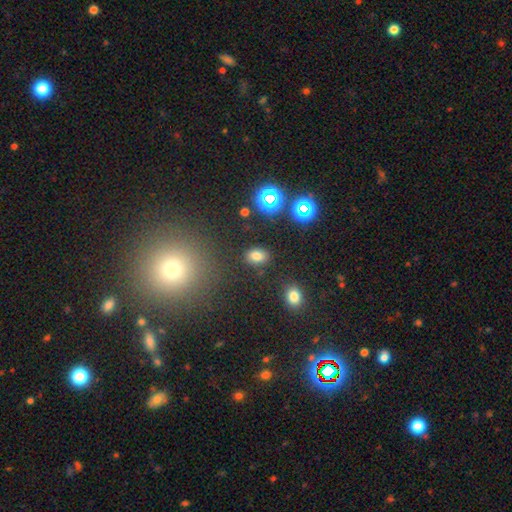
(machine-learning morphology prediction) A smooth galaxy with no disk features (77%) that is in between round and cigar-shaped (74%). Merging: none (85%).